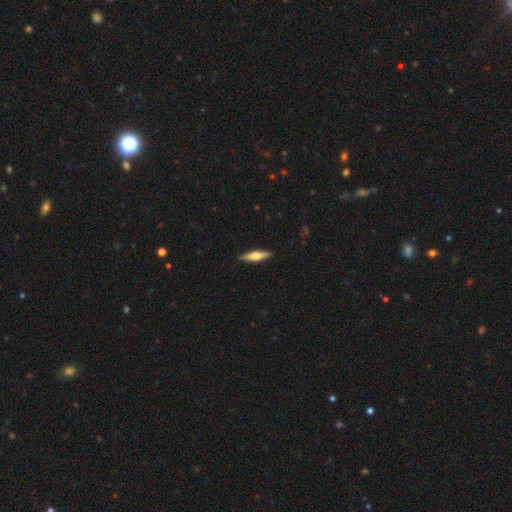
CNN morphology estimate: A featured or disk galaxy (47%, tied with smooth).

Vote fractions:
- Smooth or featured? featured or disk: 47% (tied) / smooth: 47% (tied) / star or artifact: 5%
- Merging? none: 91% / minor disturbance: 7% / major disturbance: 1% / merger: 1%